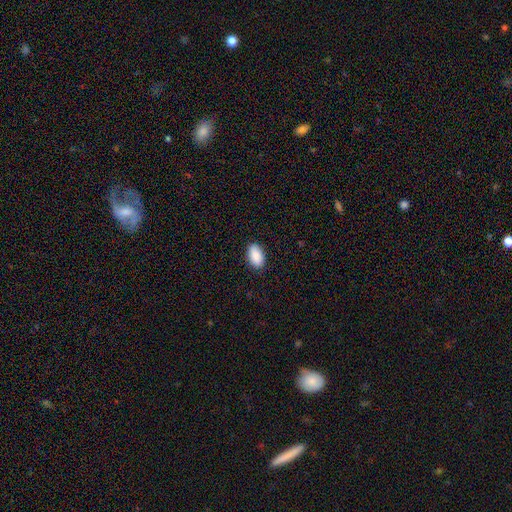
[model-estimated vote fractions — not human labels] Overall: smooth (90%). How rounded: in between (93%). Merging: none (88%).